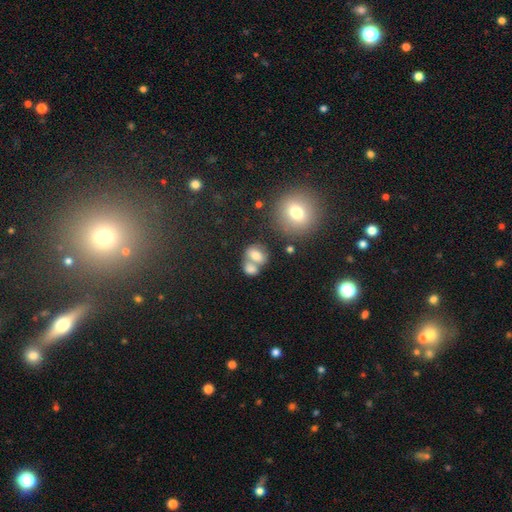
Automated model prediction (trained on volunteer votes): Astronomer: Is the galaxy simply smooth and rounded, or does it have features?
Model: smooth — 71%.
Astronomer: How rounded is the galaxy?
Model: in between — 64%.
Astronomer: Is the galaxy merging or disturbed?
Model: merger — 52% (runner-up: none, 34%).